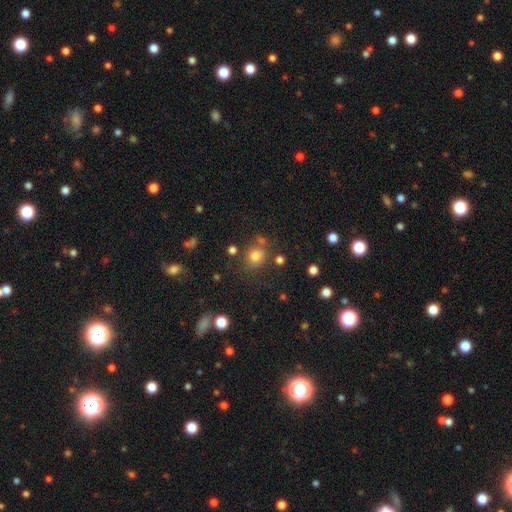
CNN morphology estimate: Smooth or featured: smooth — 77% (star or artifact — 15%)
How rounded: round — 80% (in between — 19%)
Merging: none — 71% (minor disturbance — 13%)